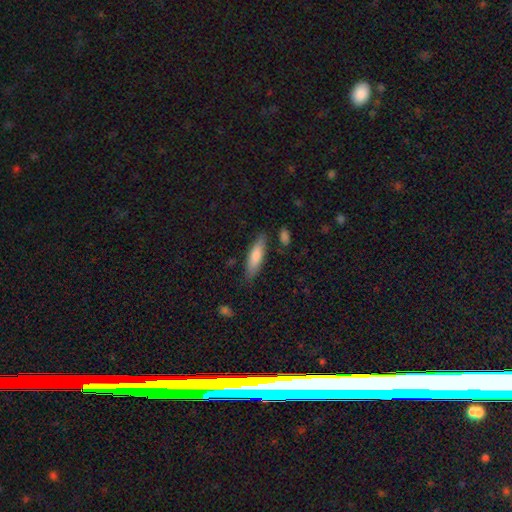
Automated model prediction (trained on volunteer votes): Smooth or featured: smooth — 73% (featured or disk — 21%)
How rounded: cigar-shaped — 70% (in between — 28%)
Merging: none — 82% (minor disturbance — 12%)